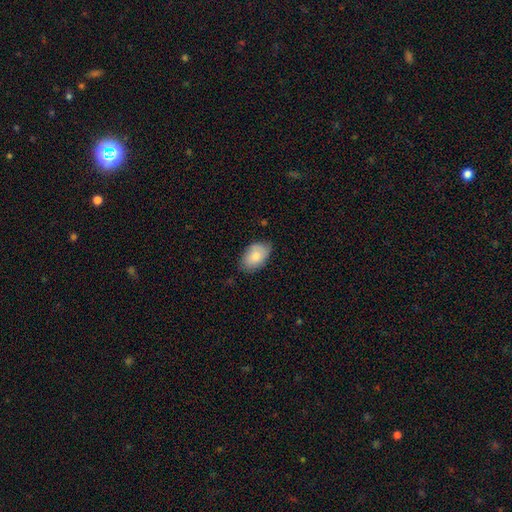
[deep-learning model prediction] Smooth or featured? smooth (82%)
How rounded? in between (92%)
Merging? none (75%)